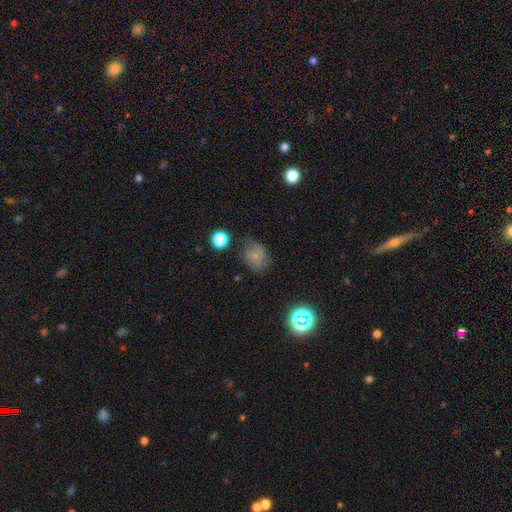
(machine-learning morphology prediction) smooth_or_featured: smooth (p=0.68) [alt: featured or disk p=0.17]
how_rounded: round (p=0.55) [alt: in between p=0.44]
merging: none (p=0.62) [alt: minor disturbance p=0.26]